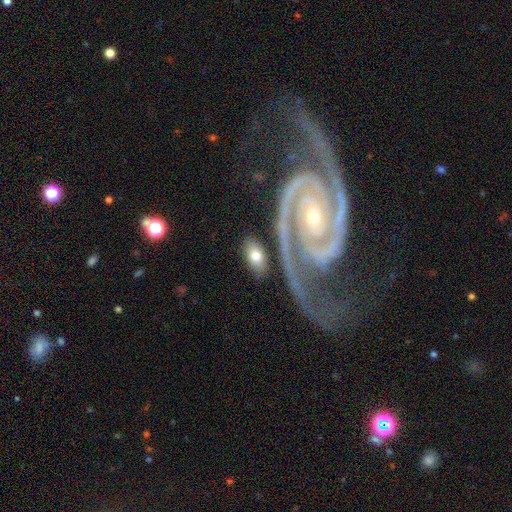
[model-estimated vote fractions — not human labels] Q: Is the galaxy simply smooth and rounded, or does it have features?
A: smooth — 68%.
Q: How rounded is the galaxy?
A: in between — 89%.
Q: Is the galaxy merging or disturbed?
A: none — 76%.